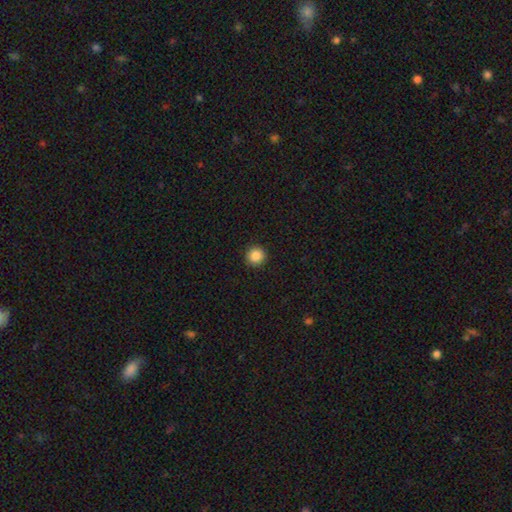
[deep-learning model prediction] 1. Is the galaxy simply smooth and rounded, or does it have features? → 87% smooth, 10% star or artifact, 3% featured or disk.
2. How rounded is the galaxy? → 95% round, 4% in between, 1% cigar-shaped.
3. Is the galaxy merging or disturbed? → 93% none, 5% minor disturbance, 2% major disturbance, 1% merger.